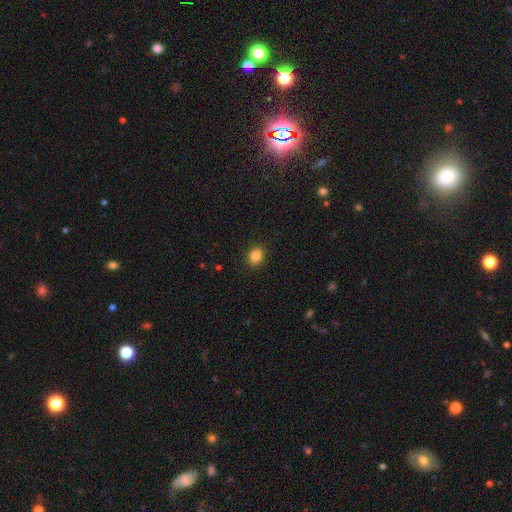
smooth-or-featured: smooth: 92% | star or artifact: 5% | featured or disk: 3%
  how-rounded: round: 56% | in between: 44% | cigar-shaped: 0%
  merging: none: 94% | minor disturbance: 6% | major disturbance: 0% | merger: 0%